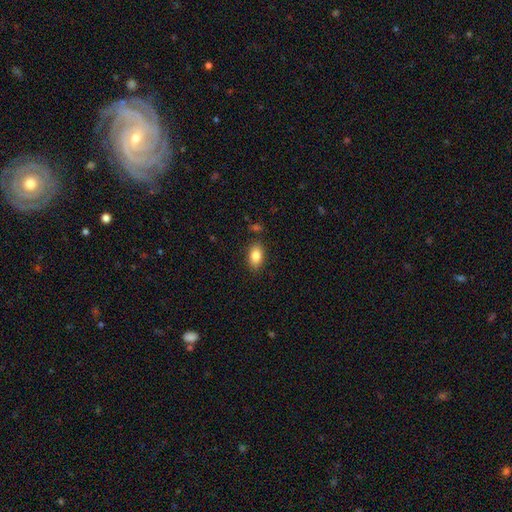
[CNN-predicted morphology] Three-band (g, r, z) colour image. It shows a smooth galaxy with no disk features (85%) that is in between round and cigar-shaped (91%). Merging: none (83%).